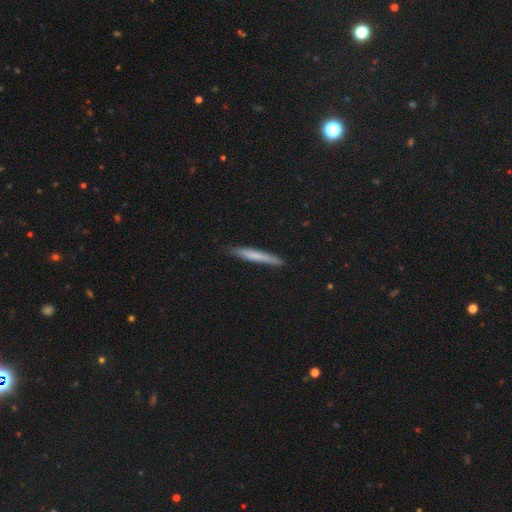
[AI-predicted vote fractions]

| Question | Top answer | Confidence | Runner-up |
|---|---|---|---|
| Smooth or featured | smooth | 69% | featured or disk (26%) |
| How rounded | cigar-shaped | 96% | in between (3%) |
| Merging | none | 88% | minor disturbance (10%) |